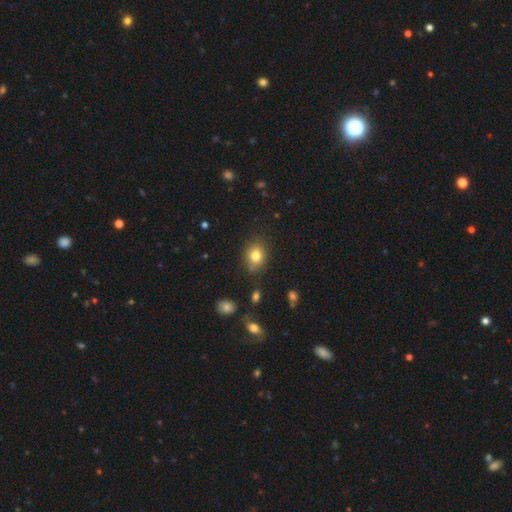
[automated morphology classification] This is clearly a smooth galaxy (80%). How rounded: possibly round (58%). Merging: likely none (80%).